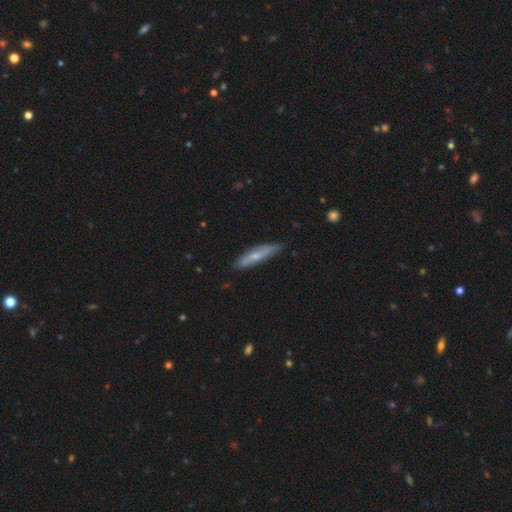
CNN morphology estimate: A smooth galaxy with no disk features (48%).

Vote fractions:
- Smooth or featured? smooth: 48% / featured or disk: 46% / star or artifact: 6%
- Merging? none: 81% / minor disturbance: 15% / major disturbance: 3% / merger: 1%